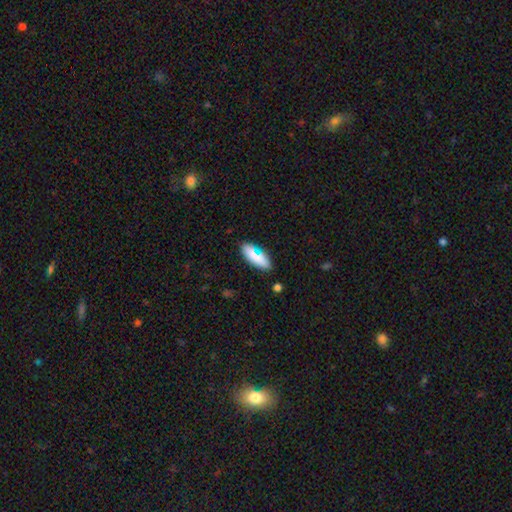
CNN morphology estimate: This is clearly a smooth galaxy (81%). How rounded: likely in between (64%). Merging: likely none (78%).